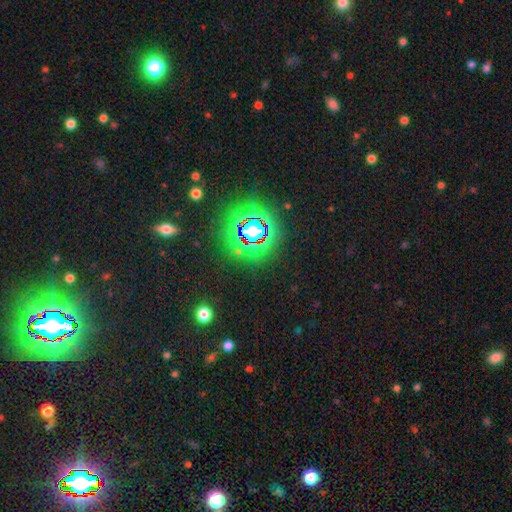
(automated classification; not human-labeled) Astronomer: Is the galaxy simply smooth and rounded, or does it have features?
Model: star or artifact — 81%.